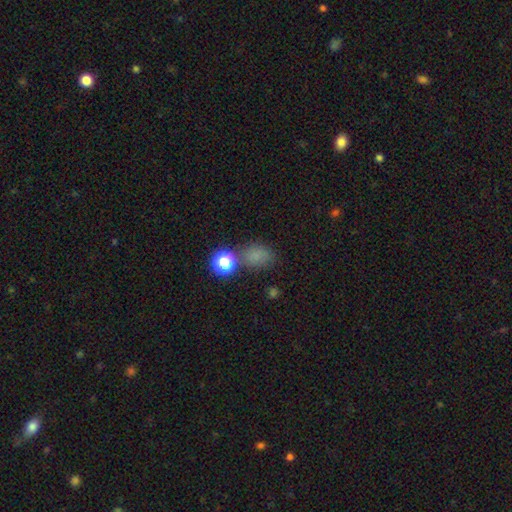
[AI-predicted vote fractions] Smooth or featured? smooth (71%)
How rounded? in between (63%)
Merging? none (65%)